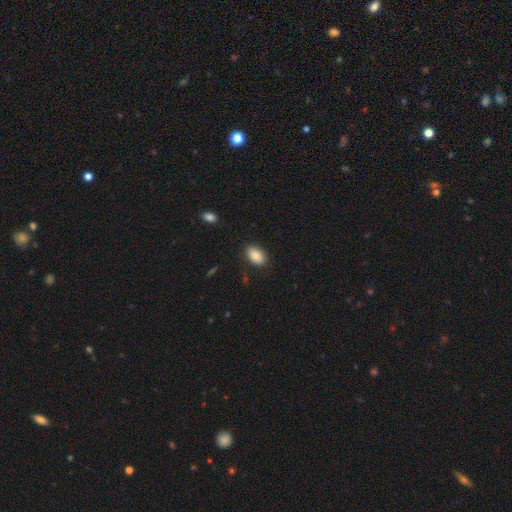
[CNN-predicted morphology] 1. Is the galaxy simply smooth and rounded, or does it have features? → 87% smooth, 7% star or artifact, 6% featured or disk.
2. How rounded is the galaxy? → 91% in between, 8% round, 1% cigar-shaped.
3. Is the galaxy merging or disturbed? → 86% none, 10% minor disturbance, 3% major disturbance, 1% merger.